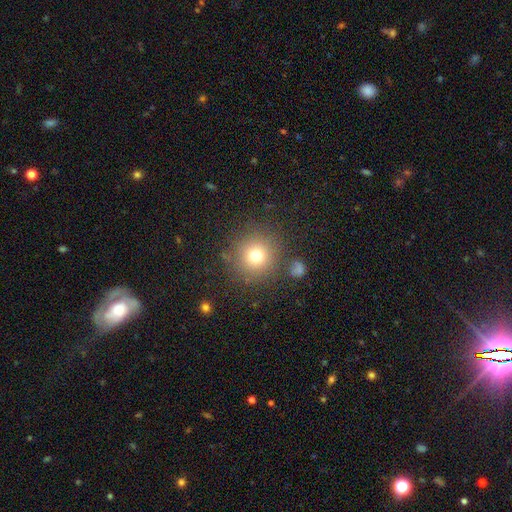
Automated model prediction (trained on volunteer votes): Morphology: type=smooth (73%); roundness=round (94%); merging=none (84%).